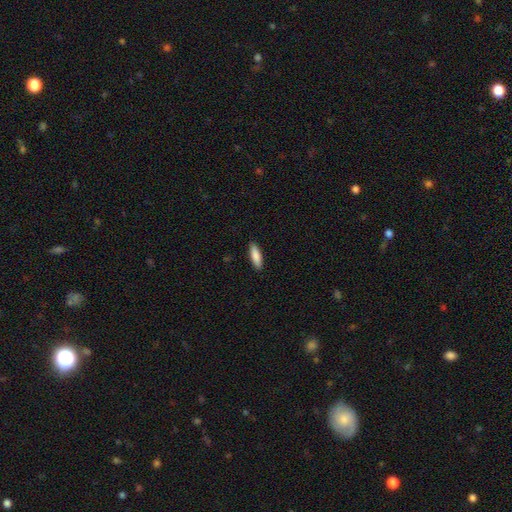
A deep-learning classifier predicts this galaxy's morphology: Q: Smooth or featured?
A: smooth (87%); runner-up: featured or disk (8%)
Q: How rounded?
A: cigar-shaped (51%); runner-up: in between (48%)
Q: Merging?
A: none (90%); runner-up: minor disturbance (8%)